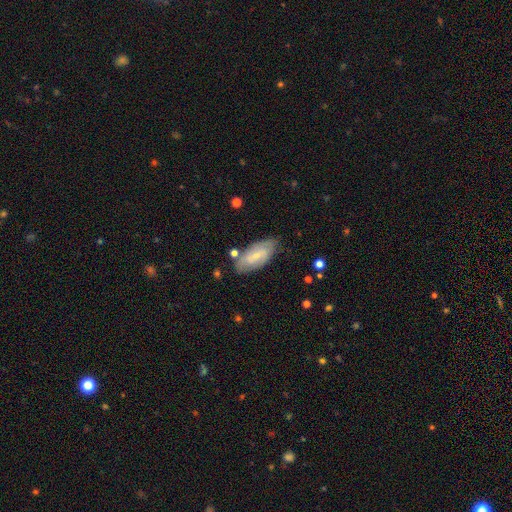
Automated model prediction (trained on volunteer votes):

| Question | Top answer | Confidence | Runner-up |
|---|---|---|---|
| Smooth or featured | featured or disk | 49% | smooth (43%) |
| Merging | none | 71% | minor disturbance (20%) |